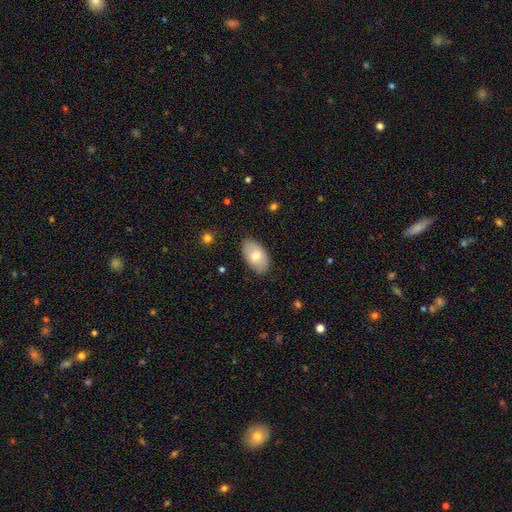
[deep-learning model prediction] A smooth galaxy with no disk features (72%) that is in between round and cigar-shaped (94%).

Vote fractions:
- Smooth or featured? smooth: 72% / featured or disk: 22% / star or artifact: 6%
- How rounded? in between: 94% / round: 4% / cigar-shaped: 1%
- Merging? none: 84% / minor disturbance: 12% / major disturbance: 2% / merger: 1%